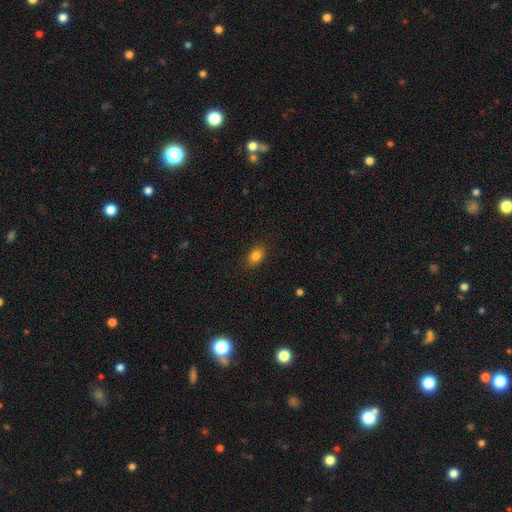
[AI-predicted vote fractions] A smooth galaxy with no disk features (83%) that is in between round and cigar-shaped (79%). Merging: none (88%).